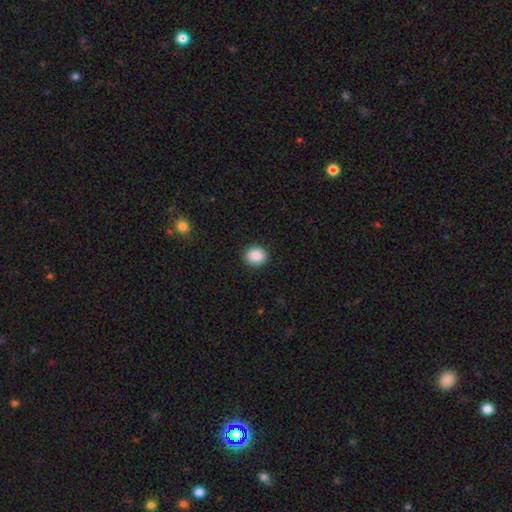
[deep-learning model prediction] A smooth galaxy with no disk features (89%) that is round (75%). Merging: none (91%).